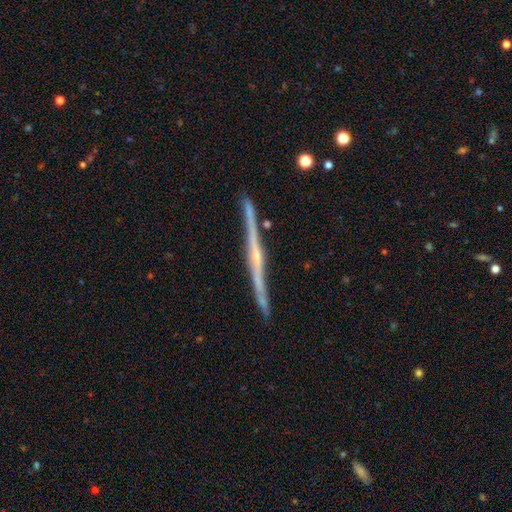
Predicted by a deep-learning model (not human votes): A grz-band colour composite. It shows a featured or disk galaxy (82%) viewed edge-on (98%) with a rounded central bulge (52%). Merging: none (89%).